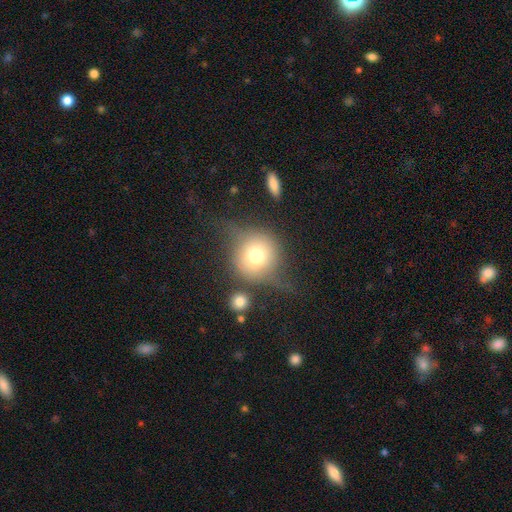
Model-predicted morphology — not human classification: This appears to be a smooth galaxy with no disk features (59%) that is round (87%). Merging: none (53%).